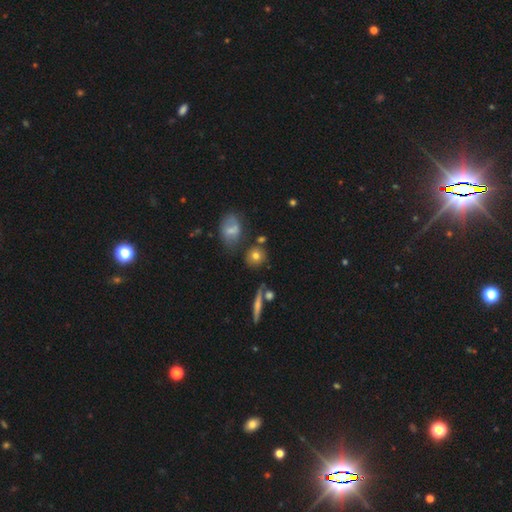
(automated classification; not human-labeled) Q: Smooth or featured?
A: smooth (73%); runner-up: featured or disk (15%)
Q: How rounded?
A: round (80%); runner-up: in between (17%)
Q: Merging?
A: none (74%); runner-up: minor disturbance (13%)